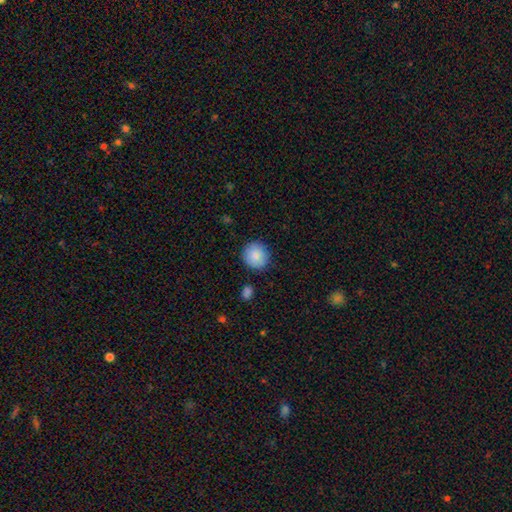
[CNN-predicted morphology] type=smooth (88%); roundness=round (88%); merging=none (86%).